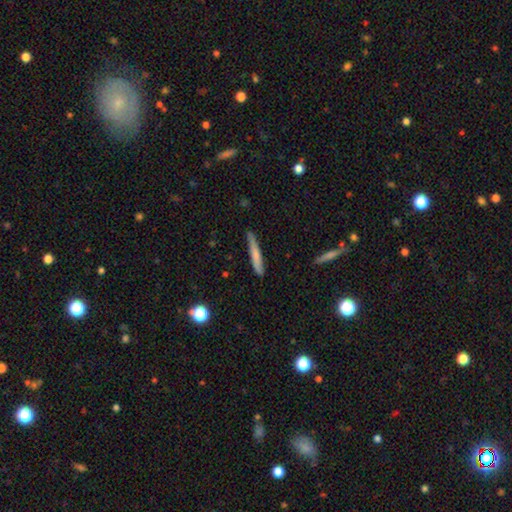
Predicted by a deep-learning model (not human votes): smooth-or-featured: smooth: 68% | featured or disk: 26% | star or artifact: 6%
  how-rounded: cigar-shaped: 95% | in between: 4% | round: 1%
  merging: none: 81% | minor disturbance: 15% | major disturbance: 2% | merger: 2%